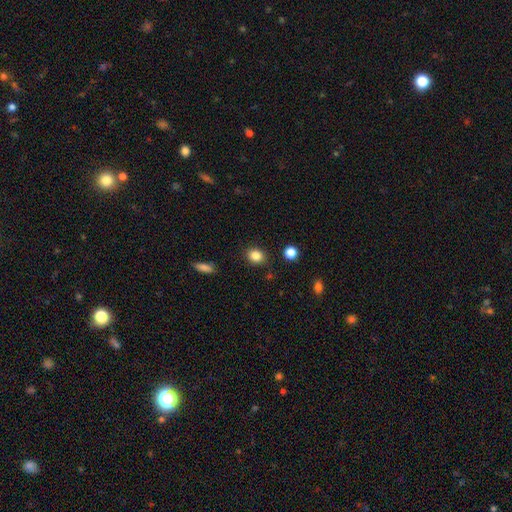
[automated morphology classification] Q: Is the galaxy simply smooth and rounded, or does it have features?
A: smooth — 85%.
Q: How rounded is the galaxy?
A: round — 57%.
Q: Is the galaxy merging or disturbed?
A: none — 87%.